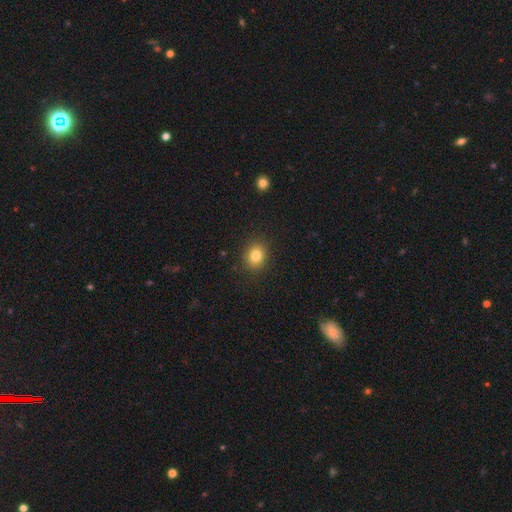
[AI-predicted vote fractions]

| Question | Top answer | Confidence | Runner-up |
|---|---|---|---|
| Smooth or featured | smooth | 82% | star or artifact (11%) |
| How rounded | round | 60% | in between (39%) |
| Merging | none | 89% | minor disturbance (8%) |